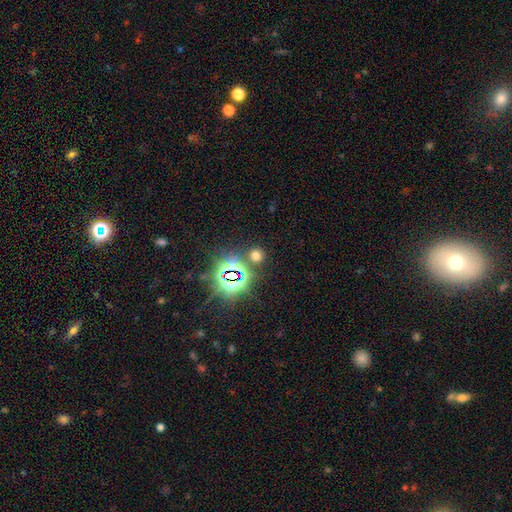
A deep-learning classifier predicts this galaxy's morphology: A smooth galaxy with no disk features (56%) that is round (84%).

Vote fractions:
- Smooth or featured? smooth: 56% / star or artifact: 38% / featured or disk: 6%
- How rounded? round: 84% / in between: 14% / cigar-shaped: 1%
- Merging? none: 81% / merger: 8% / minor disturbance: 7% / major disturbance: 4%